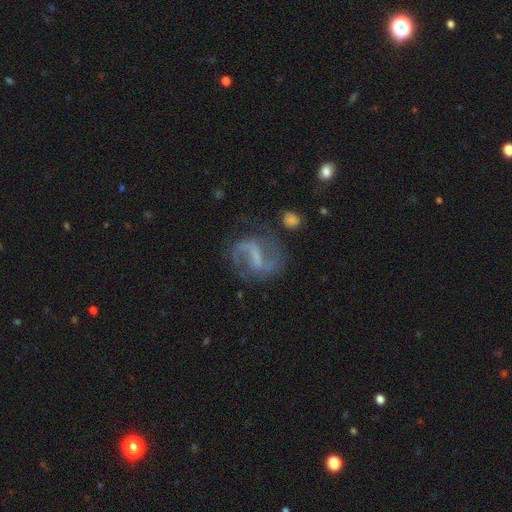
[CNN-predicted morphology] Overall: featured or disk (87%). Edge-on disk: no (98%). Bar: strong (47%; weak 41%). Spiral arms: yes (94%). Spiral arm count: 2 (90%). Spiral winding: medium (45%; loose 44%). Bulge size: none (49%; small 35%). Merging: none (73%).